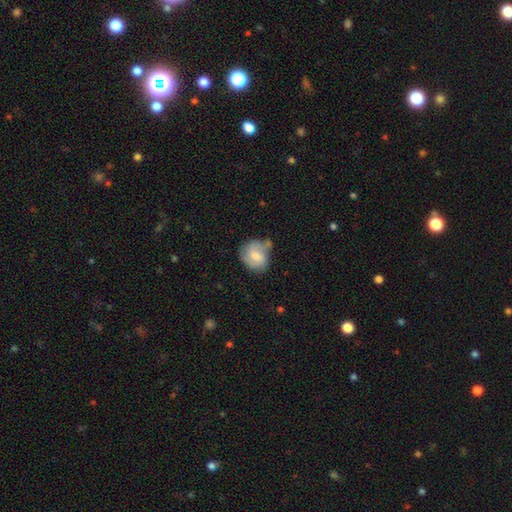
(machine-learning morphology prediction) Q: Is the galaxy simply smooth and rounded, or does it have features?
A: smooth — 47%.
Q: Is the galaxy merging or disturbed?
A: none — 52%.